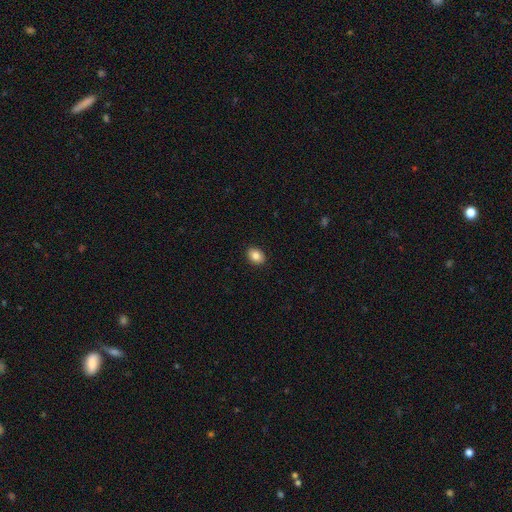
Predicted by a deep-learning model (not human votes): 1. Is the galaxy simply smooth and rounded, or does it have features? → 86% smooth, 8% star or artifact, 6% featured or disk.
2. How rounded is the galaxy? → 68% in between, 31% round, 1% cigar-shaped.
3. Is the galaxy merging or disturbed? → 91% none, 7% minor disturbance, 2% major disturbance, 1% merger.